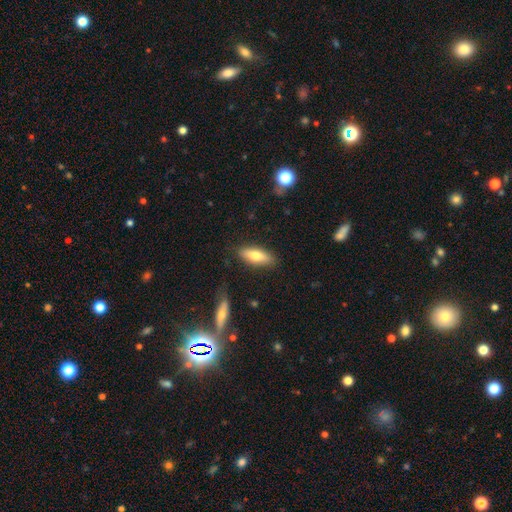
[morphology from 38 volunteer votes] Overall: smooth (74%). How rounded: in between (54%; cigar-shaped 46%). Merging: none (83%).